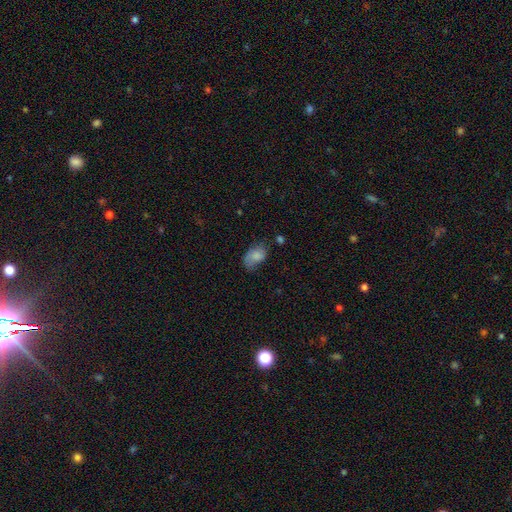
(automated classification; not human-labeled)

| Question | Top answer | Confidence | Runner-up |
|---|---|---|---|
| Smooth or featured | smooth | 75% | featured or disk (16%) |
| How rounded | in between | 88% | round (11%) |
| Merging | none | 42% | minor disturbance (36%) |